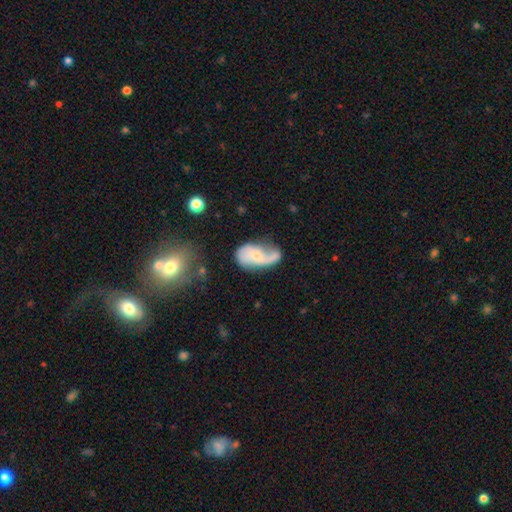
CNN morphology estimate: A featured or disk galaxy (66%) with no bar (69%), 2 (60%) loose (61%) spiral arms (85%) and a small central bulge (61%). Merging: none (35%).